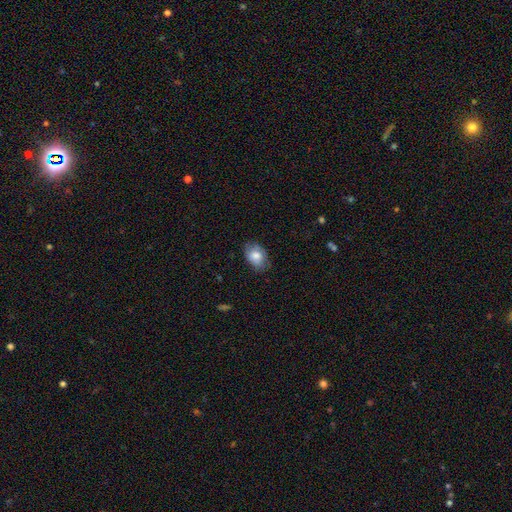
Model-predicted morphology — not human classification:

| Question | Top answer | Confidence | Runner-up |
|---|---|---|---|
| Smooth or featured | smooth | 79% | featured or disk (14%) |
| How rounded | in between | 83% | round (16%) |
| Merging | none | 75% | minor disturbance (20%) |